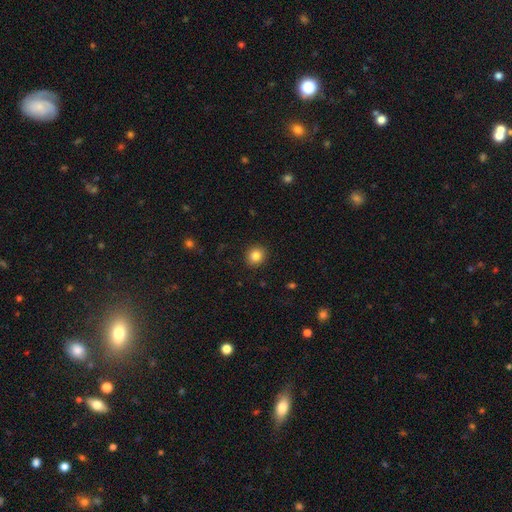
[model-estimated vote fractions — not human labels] This appears to be a smooth galaxy with no disk features (84%) that is round (83%). Merging: none (88%).